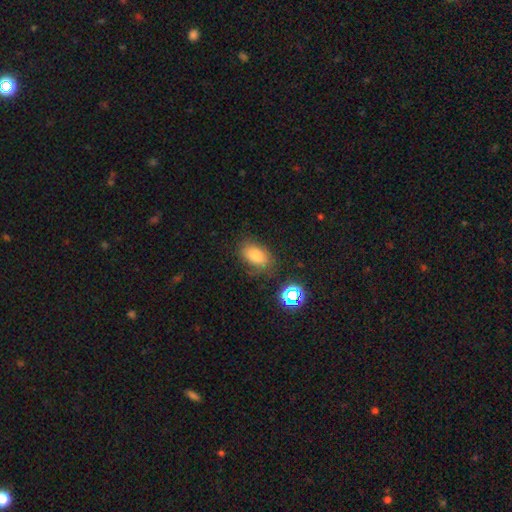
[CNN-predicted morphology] A smooth galaxy with no disk features (73%) that is in between round and cigar-shaped (87%). Merging: none (71%).